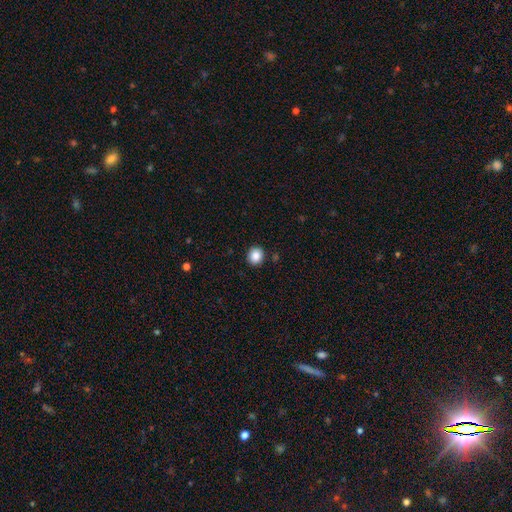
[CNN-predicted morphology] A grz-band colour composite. It shows a smooth galaxy with no disk features (87%) that is round (82%). Merging: none (90%).